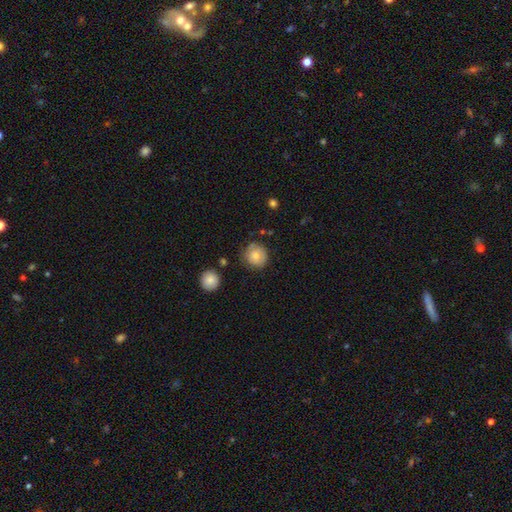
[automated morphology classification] type=smooth (79%); roundness=round (89%); merging=none (73%).